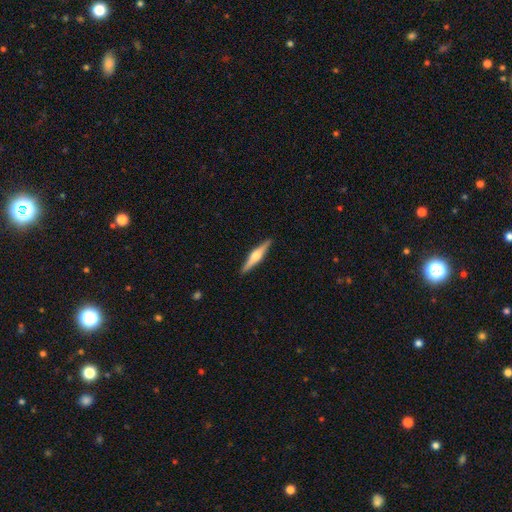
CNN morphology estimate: Smooth or featured: featured or disk — 70% (smooth — 25%)
Edge-on disk: yes — 98% (no — 2%)
Edge-on bulge: rounded — 90% (boxy — 7%)
Merging: none — 91% (minor disturbance — 6%)